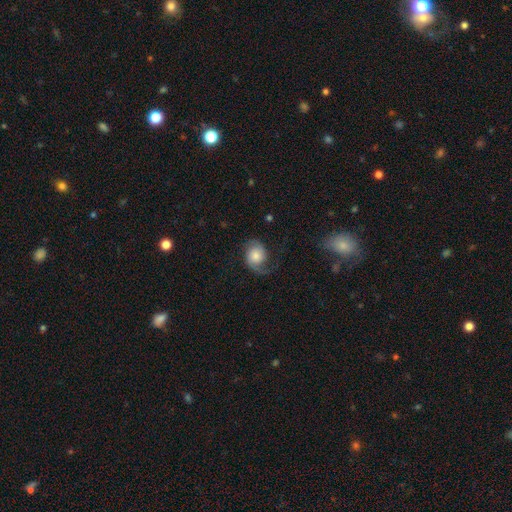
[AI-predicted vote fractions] Q: Smooth or featured?
A: featured or disk (59%); runner-up: smooth (33%)
Q: Edge-on disk?
A: no (97%); runner-up: yes (3%)
Q: Bar?
A: no (74%); runner-up: weak (22%)
Q: Spiral arms?
A: yes (93%); runner-up: no (7%)
Q: Spiral winding?
A: loose (45%); runner-up: medium (37%)
Q: Spiral arm count?
A: 2 (65%); runner-up: 1 (28%)
Q: Bulge size?
A: moderate (40%); runner-up: small (26%)
Q: Merging?
A: none (57%); runner-up: minor disturbance (22%)